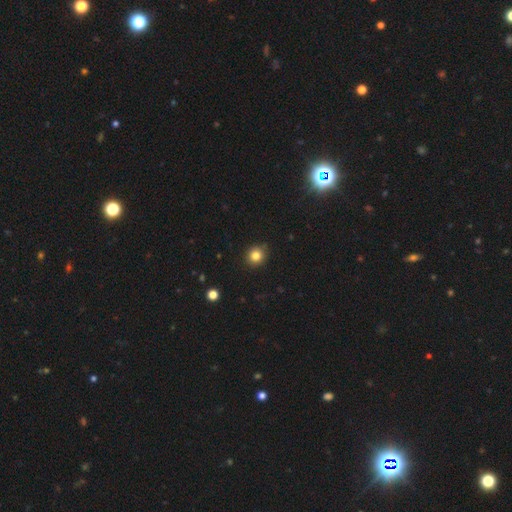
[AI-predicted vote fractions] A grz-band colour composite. It shows a smooth galaxy with no disk features (82%) that is round (88%). Merging: none (87%).